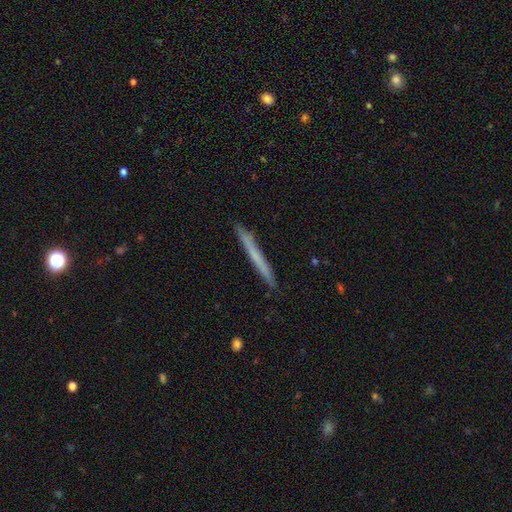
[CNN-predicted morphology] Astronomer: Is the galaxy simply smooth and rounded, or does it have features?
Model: smooth — 57% (runner-up: featured or disk, 38%).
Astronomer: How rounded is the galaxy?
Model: cigar-shaped — 97%.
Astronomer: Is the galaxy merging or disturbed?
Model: none — 91%.